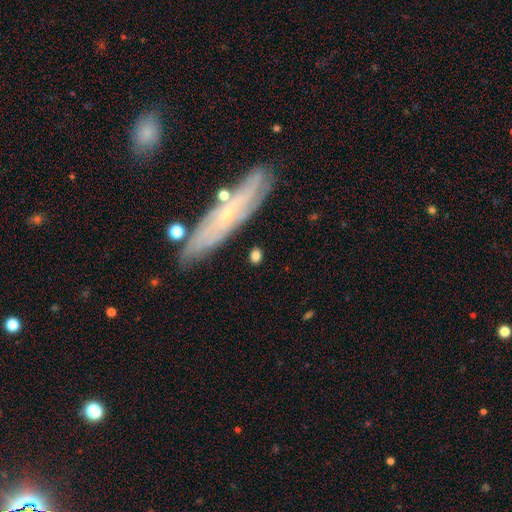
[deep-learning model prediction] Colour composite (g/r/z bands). It shows a smooth galaxy with no disk features (75%) that is round (45%). Merging: none (81%).